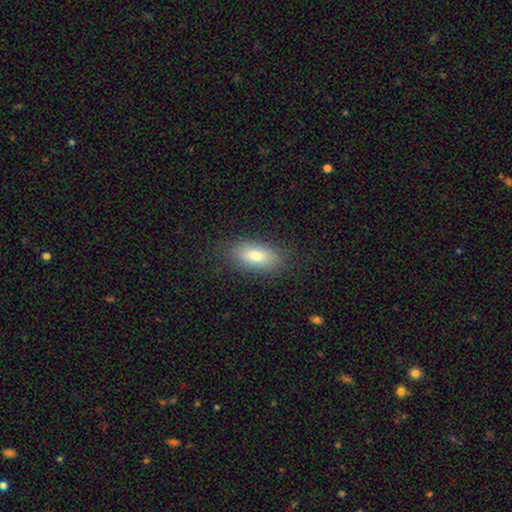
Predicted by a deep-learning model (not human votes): This is clearly a smooth galaxy (81%). How rounded: clearly in between (87%). Merging: clearly none (85%).